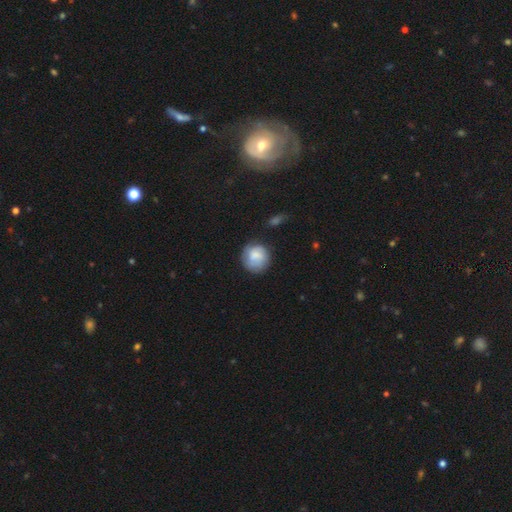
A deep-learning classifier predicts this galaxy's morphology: Overall: smooth (69%). How rounded: round (87%). Merging: none (69%).